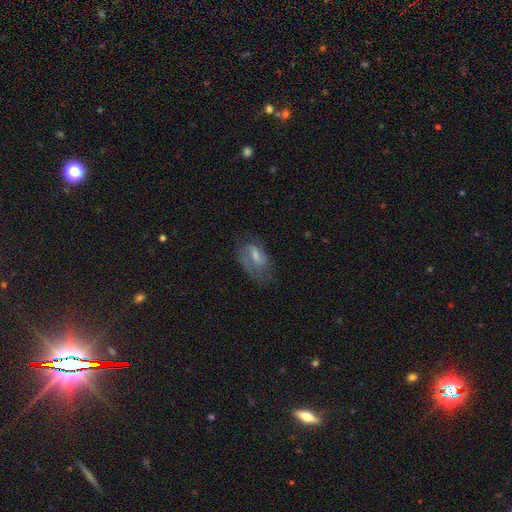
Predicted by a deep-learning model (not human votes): A featured or disk galaxy (57%) with a weak bar (48%), spiral arms (79%) and a small central bulge (38%).

Vote fractions:
- Smooth or featured? featured or disk: 57% / smooth: 32% / star or artifact: 12%
- Edge-on disk? no: 94% / yes: 6%
- Bar? weak: 48% / no: 34% / strong: 18%
- Spiral arms? yes: 79% / no: 21%
- Bulge size? small: 38% / moderate: 36% / none: 18% / large: 7% / dominant: 2%
- Merging? none: 57% / minor disturbance: 24% / major disturbance: 18% / merger: 2%